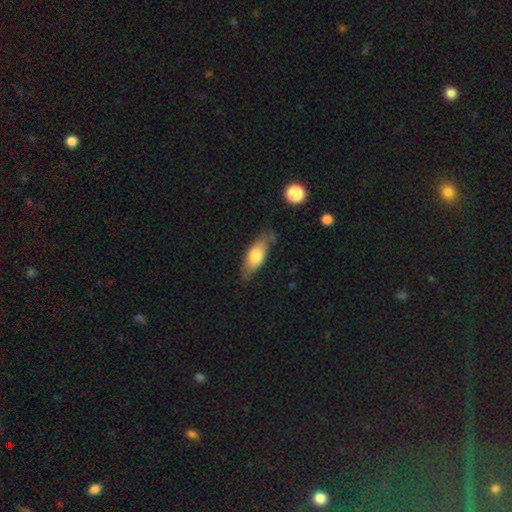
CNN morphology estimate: smooth-or-featured: smooth: 69% | featured or disk: 25% | star or artifact: 6%
  how-rounded: in between: 72% | cigar-shaped: 25% | round: 3%
  merging: none: 69% | minor disturbance: 24% | major disturbance: 5% | merger: 2%